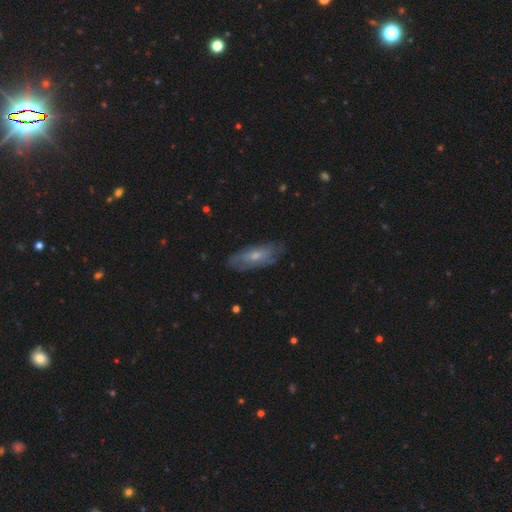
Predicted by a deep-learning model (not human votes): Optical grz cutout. It shows a featured or disk galaxy (50%). Merging: none (72%).